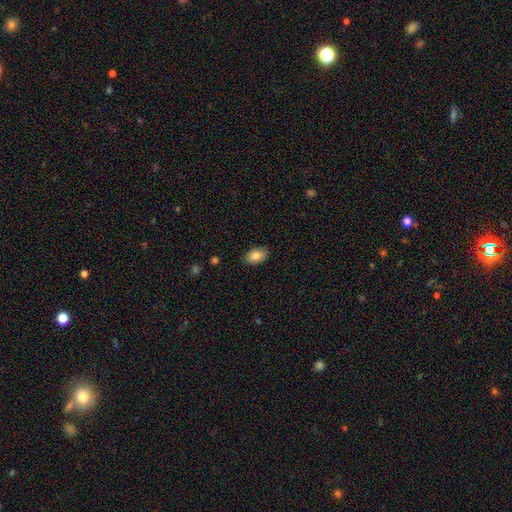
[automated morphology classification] This appears to be a smooth galaxy with no disk features (85%) that is in between round and cigar-shaped (90%). Merging: none (86%).